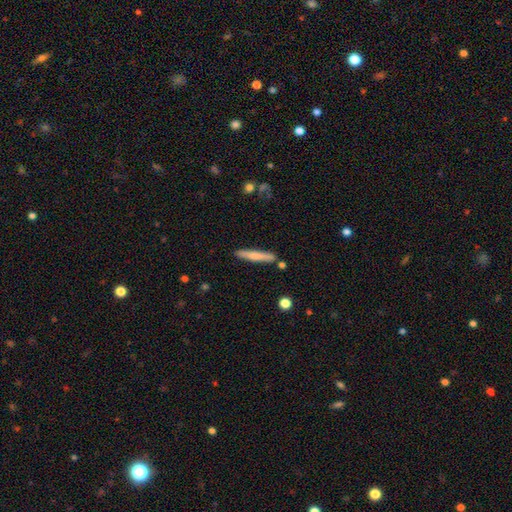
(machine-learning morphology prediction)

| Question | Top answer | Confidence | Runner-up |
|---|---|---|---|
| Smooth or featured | smooth | 66% | featured or disk (29%) |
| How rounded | cigar-shaped | 94% | in between (5%) |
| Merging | none | 86% | minor disturbance (9%) |